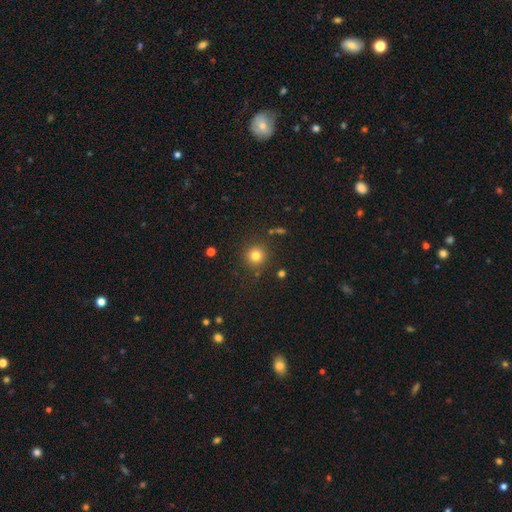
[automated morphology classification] The model was most divided on "smooth or featured": smooth: 80%, star or artifact: 14%, featured or disk: 7%. More confident: how rounded — round (94%); merging — none (86%).